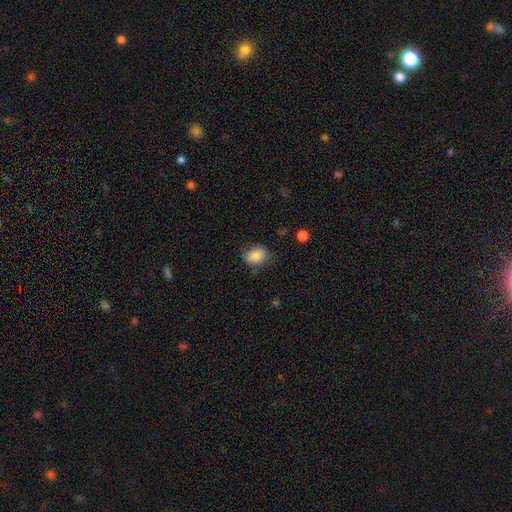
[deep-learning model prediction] Smooth or featured?
  - smooth: 84% *
  - star or artifact: 8%
  - featured or disk: 8%
How rounded?
  - in between: 67% *
  - round: 32%
  - cigar-shaped: 1%
Merging?
  - none: 70% *
  - minor disturbance: 23%
  - major disturbance: 6%
  - merger: 2%